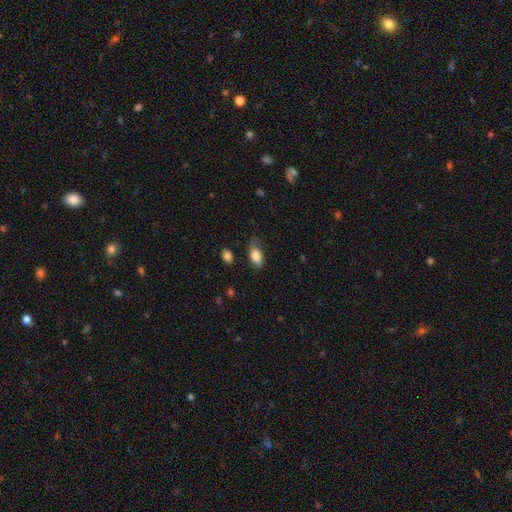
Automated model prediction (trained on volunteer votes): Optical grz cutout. It shows a smooth galaxy with no disk features (84%) that is in between round and cigar-shaped (91%). Merging: none (61%).